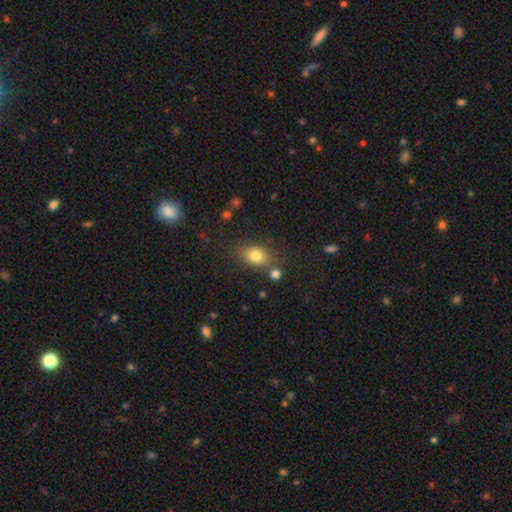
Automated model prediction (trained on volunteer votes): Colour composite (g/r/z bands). It shows a smooth galaxy with no disk features (80%) that is in between round and cigar-shaped (64%). Merging: none (73%).